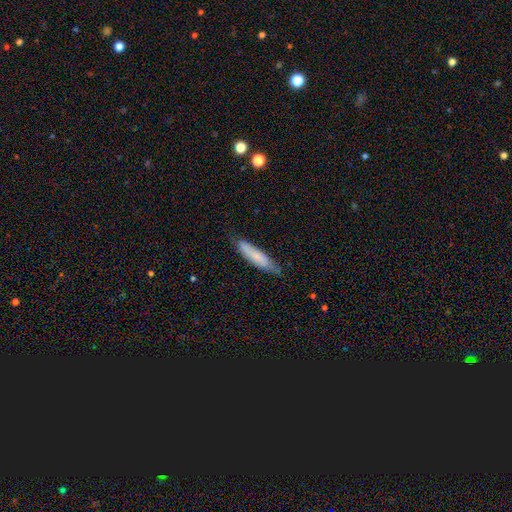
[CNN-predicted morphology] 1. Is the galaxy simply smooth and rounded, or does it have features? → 73% smooth, 21% featured or disk, 6% star or artifact.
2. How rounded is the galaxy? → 80% cigar-shaped, 19% in between, 1% round.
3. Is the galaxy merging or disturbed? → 73% none, 22% minor disturbance, 4% major disturbance, 2% merger.